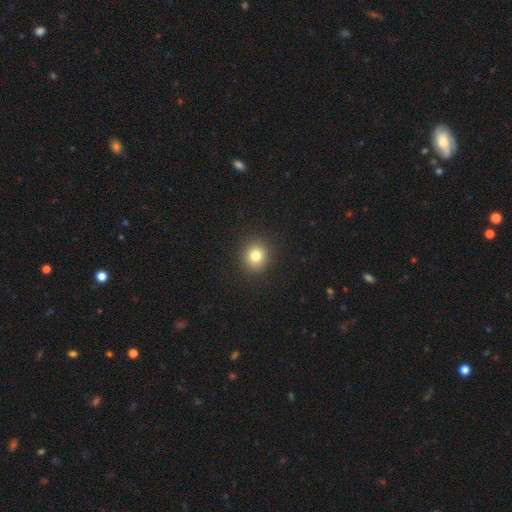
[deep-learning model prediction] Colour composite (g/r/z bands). It shows a smooth galaxy with no disk features (80%) that is round (86%). Merging: none (92%).